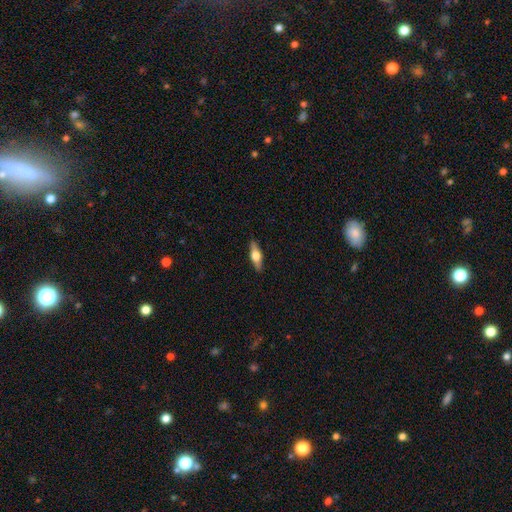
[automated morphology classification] This appears to be a featured or disk galaxy (53%) viewed edge-on (94%). Merging: none (89%).